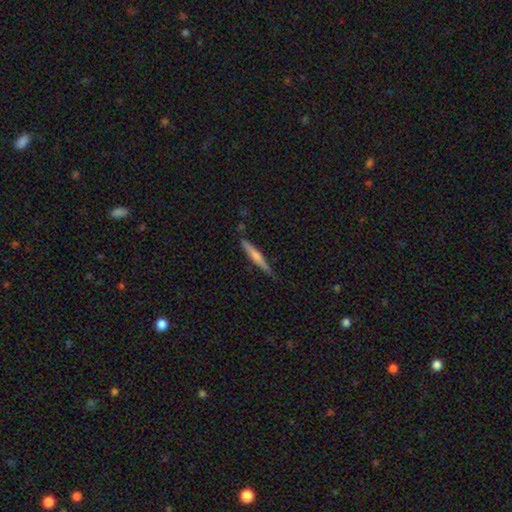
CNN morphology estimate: A featured or disk galaxy (58%) viewed edge-on (97%) with a rounded central bulge (66%). Merging: none (84%).